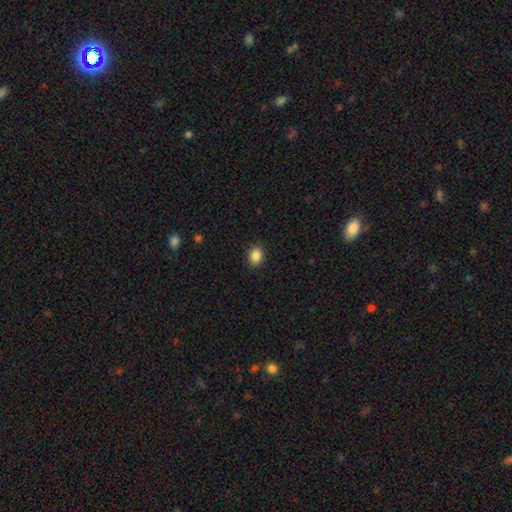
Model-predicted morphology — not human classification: A smooth galaxy with no disk features (87%) that is in between round and cigar-shaped (55%).

Vote fractions:
- Smooth or featured? smooth: 87% / star or artifact: 9% / featured or disk: 4%
- How rounded? in between: 55% / round: 44% / cigar-shaped: 1%
- Merging? none: 90% / minor disturbance: 7% / major disturbance: 2% / merger: 1%